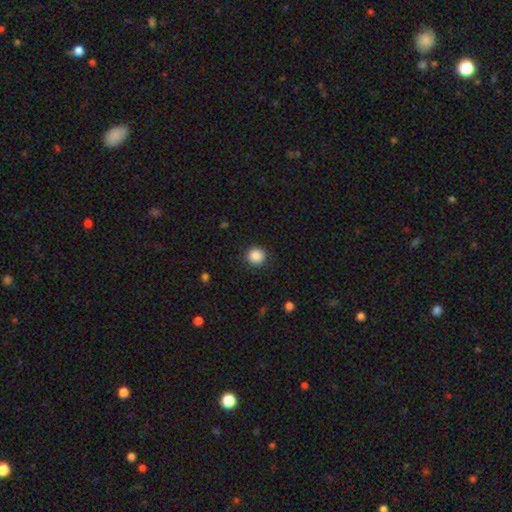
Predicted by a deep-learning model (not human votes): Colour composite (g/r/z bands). It shows a smooth galaxy with no disk features (87%) that is round (93%). Merging: none (90%).